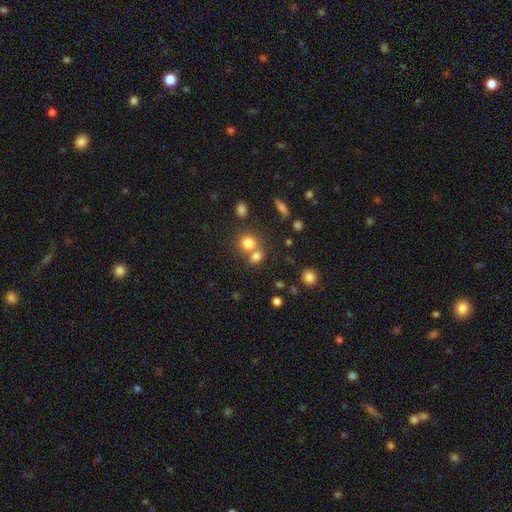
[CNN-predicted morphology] Q: Smooth or featured?
A: smooth (56%); runner-up: star or artifact (33%)
Q: How rounded?
A: round (87%); runner-up: in between (12%)
Q: Merging?
A: none (60%); runner-up: merger (30%)